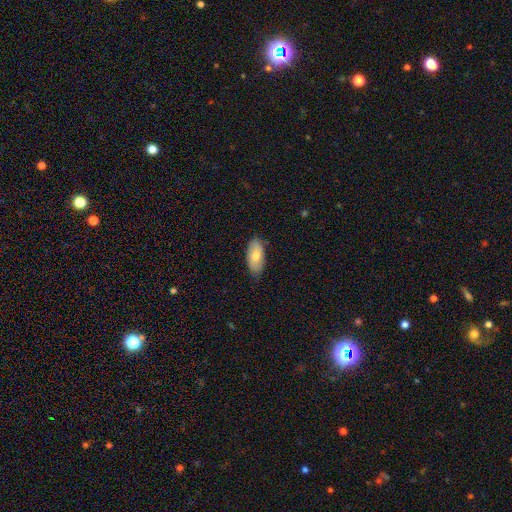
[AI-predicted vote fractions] Smooth or featured: smooth — 75% (featured or disk — 19%)
How rounded: in between — 92% (cigar-shaped — 6%)
Merging: none — 77% (minor disturbance — 19%)